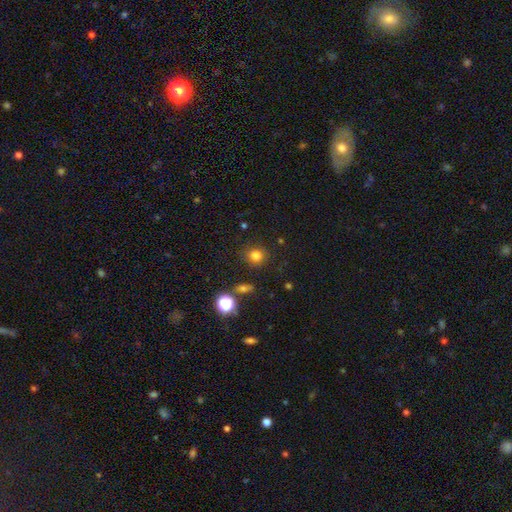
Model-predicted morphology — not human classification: Smooth or featured? Predicted: smooth (p=0.78). How rounded? Predicted: round (p=0.85). Merging? Predicted: none (p=0.85).